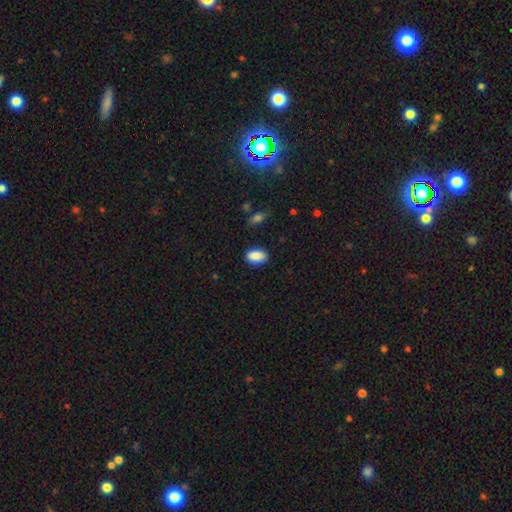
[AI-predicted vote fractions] Smooth or featured? Predicted: smooth (p=0.88). How rounded? Predicted: in between (p=0.90). Merging? Predicted: none (p=0.83).